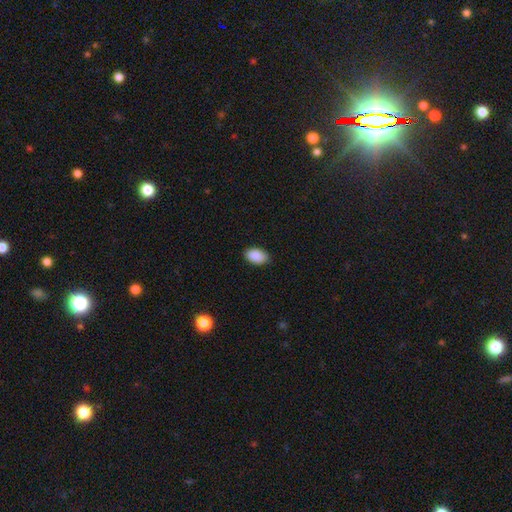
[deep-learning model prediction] Smooth or featured: smooth — 90% (star or artifact — 7%)
How rounded: in between — 92% (round — 6%)
Merging: none — 87% (minor disturbance — 10%)